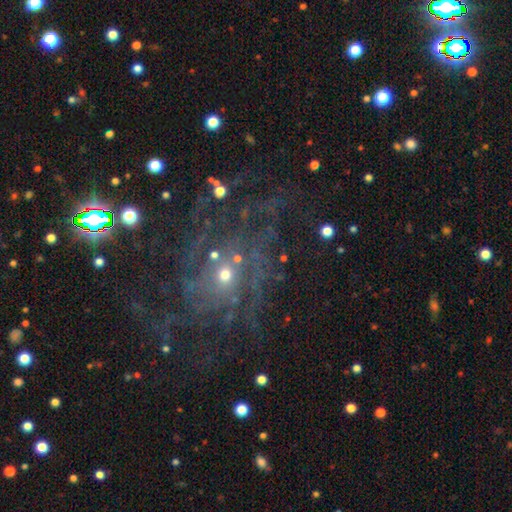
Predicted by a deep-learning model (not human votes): Overall: featured or disk (58%; star or artifact 30%). Edge-on disk: no (95%). Bar: no (77%). Spiral arms: yes (78%). Bulge size: small (66%). Merging: none (66%).